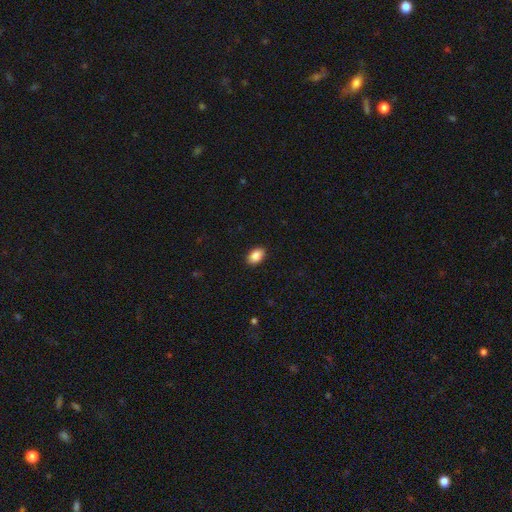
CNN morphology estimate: Smooth or featured? Predicted: smooth (p=0.88). How rounded? Predicted: in between (p=0.89). Merging? Predicted: none (p=0.90).